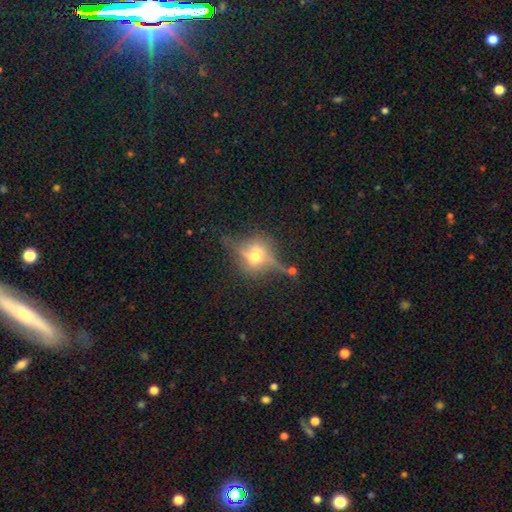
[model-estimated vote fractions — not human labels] Q: Smooth or featured?
A: featured or disk (66%); runner-up: smooth (20%)
Q: Edge-on disk?
A: yes (77%); runner-up: no (23%)
Q: Edge-on bulge?
A: rounded (95%); runner-up: boxy (3%)
Q: Merging?
A: none (66%); runner-up: minor disturbance (19%)